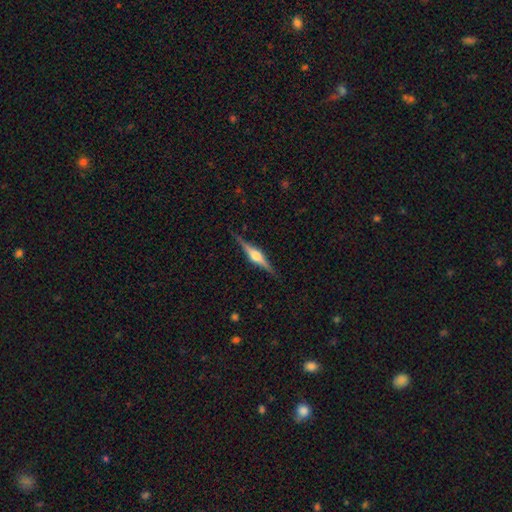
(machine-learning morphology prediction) type=featured or disk (81%); edge-on=yes (98%); edge-on bulge=rounded (92%); merging=none (89%).